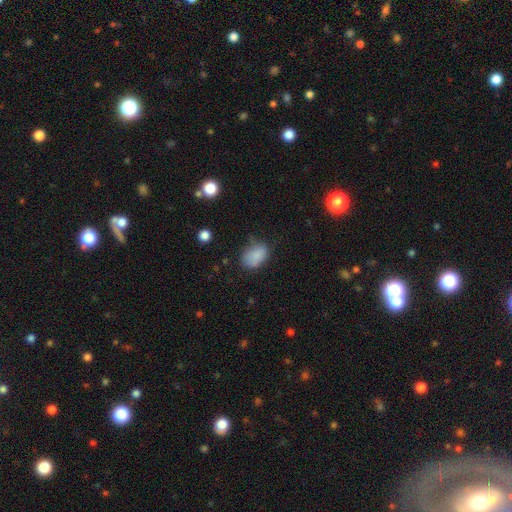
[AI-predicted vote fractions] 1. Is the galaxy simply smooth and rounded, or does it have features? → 84% smooth, 9% star or artifact, 6% featured or disk.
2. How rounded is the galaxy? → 84% in between, 15% round, 1% cigar-shaped.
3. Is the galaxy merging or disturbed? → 56% none, 32% minor disturbance, 10% major disturbance, 2% merger.